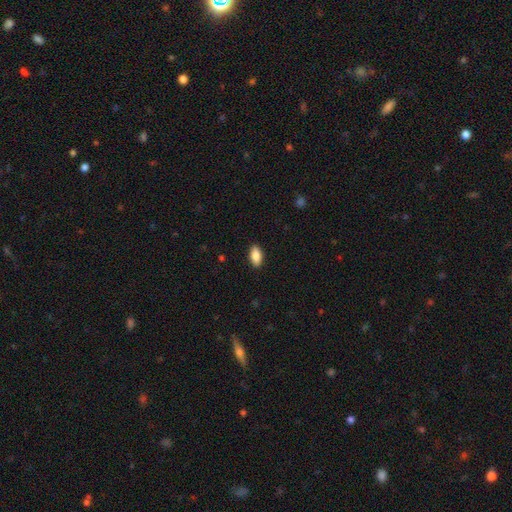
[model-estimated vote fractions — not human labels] Overall: smooth (85%). How rounded: in between (90%). Merging: none (89%).